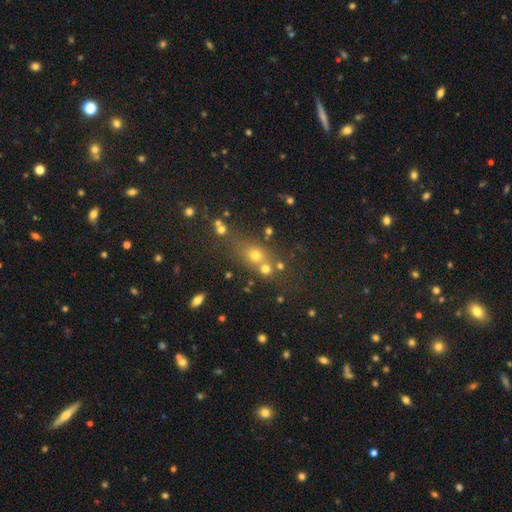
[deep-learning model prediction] Overall: smooth (56%; star or artifact 28%). How rounded: round (60%; in between 33%). Merging: none (54%; merger 28%).